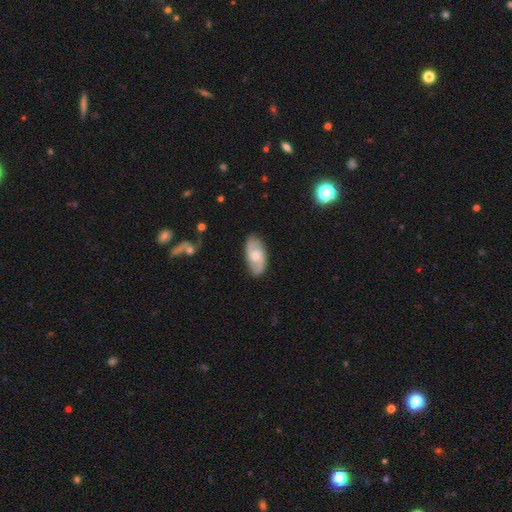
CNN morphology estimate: smooth_or_featured: featured or disk (p=0.58) [alt: smooth p=0.36]
disk_edge_on: no (p=0.93) [alt: yes p=0.07]
bar: no (p=0.58) [alt: weak p=0.38]
has_spiral_arms: yes (p=0.88) [alt: no p=0.12]
bulge_size: moderate (p=0.56) [alt: small p=0.26]
merging: none (p=0.80) [alt: minor disturbance p=0.15]